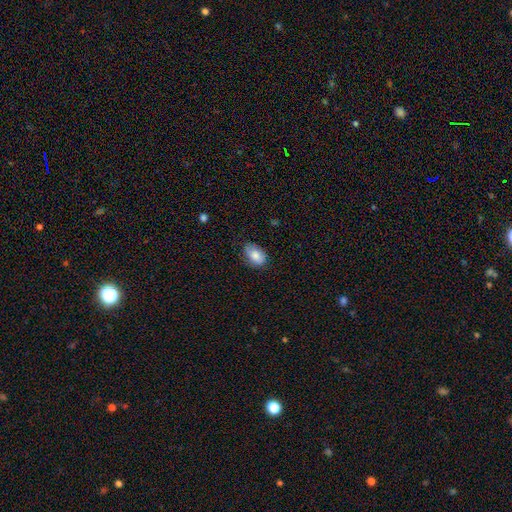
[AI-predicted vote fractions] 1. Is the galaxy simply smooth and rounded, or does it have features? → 82% smooth, 10% featured or disk, 7% star or artifact.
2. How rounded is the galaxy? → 88% in between, 10% round, 1% cigar-shaped.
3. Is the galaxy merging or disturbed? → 73% none, 22% minor disturbance, 4% major disturbance, 1% merger.